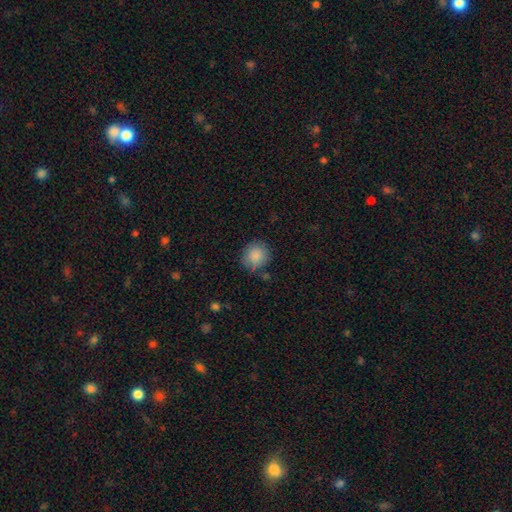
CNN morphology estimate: Smooth or featured: smooth — 88% (star or artifact — 8%)
How rounded: round — 89% (in between — 10%)
Merging: none — 81% (minor disturbance — 13%)